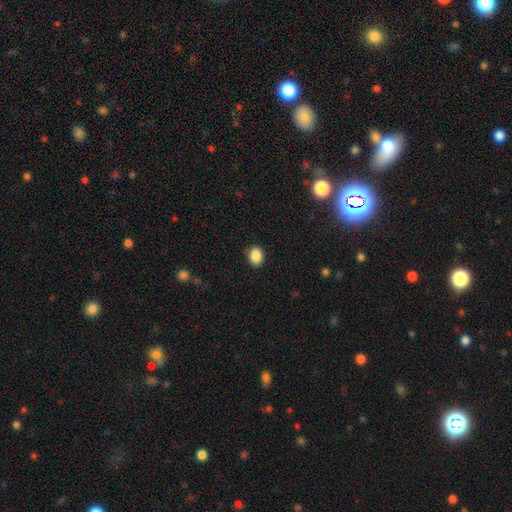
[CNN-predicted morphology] Q: Smooth or featured?
A: smooth (89%); runner-up: star or artifact (8%)
Q: How rounded?
A: in between (64%); runner-up: round (35%)
Q: Merging?
A: none (87%); runner-up: minor disturbance (9%)